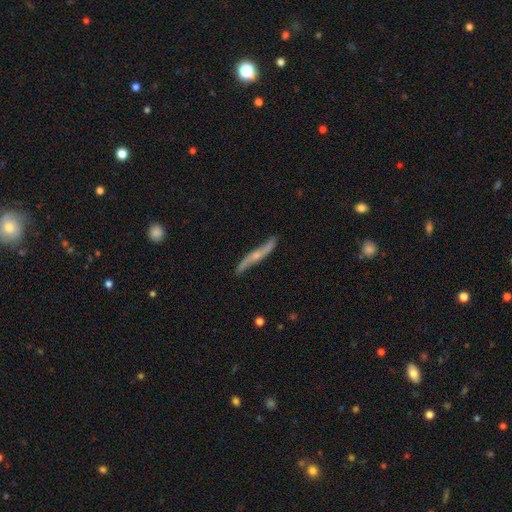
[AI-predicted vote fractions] Smooth or featured?
  - featured or disk: 74% *
  - smooth: 21%
  - star or artifact: 5%
Edge-on disk?
  - yes: 61% *
  - no: 39%
Merging?
  - none: 77% *
  - minor disturbance: 18%
  - major disturbance: 4%
  - merger: 2%